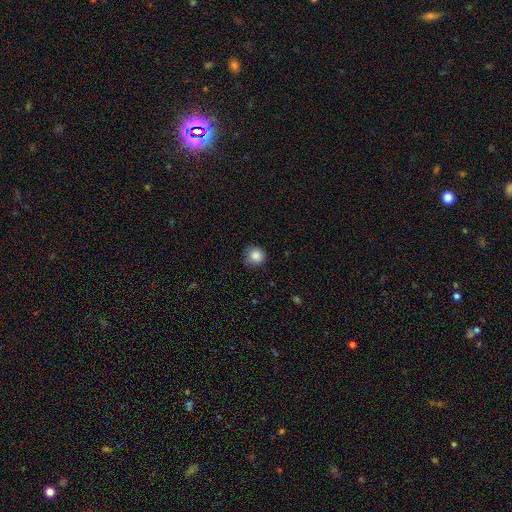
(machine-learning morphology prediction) This is clearly a smooth galaxy (86%). How rounded: clearly round (91%). Merging: likely none (77%).